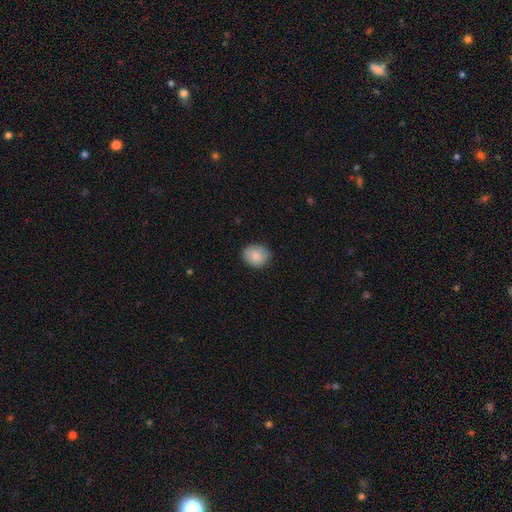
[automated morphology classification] smooth 88%, star or artifact 7%, featured or disk 5%. Down the decision tree: how rounded — round (65%); merging — none (86%).